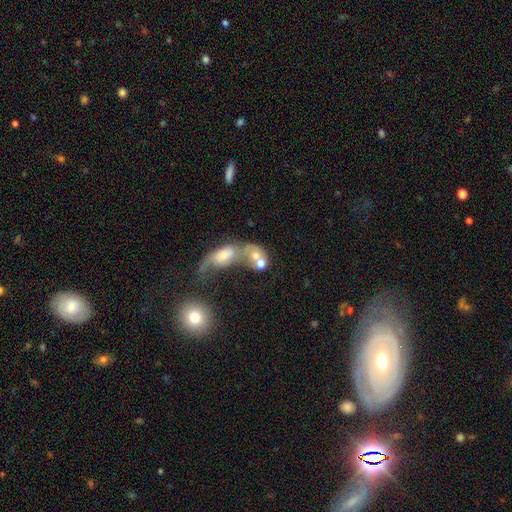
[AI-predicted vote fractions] Smooth or featured: smooth — 56% (featured or disk — 32%)
How rounded: in between — 59% (round — 38%)
Merging: merger — 72% (none — 11%)